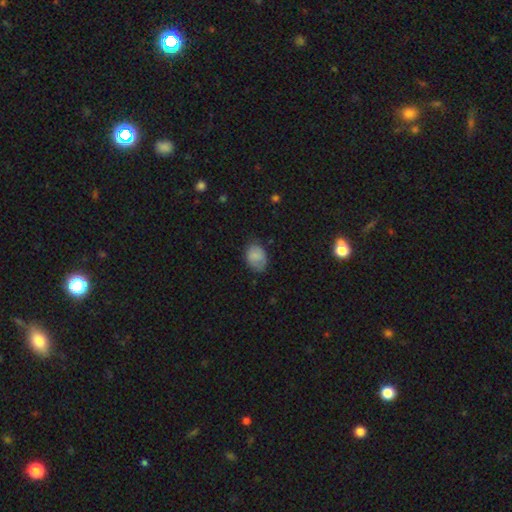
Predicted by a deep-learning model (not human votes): The model was most divided on "merging": none: 65%, minor disturbance: 27%, major disturbance: 7%, merger: 1%. More confident: smooth or featured — smooth (79%); how rounded — in between (74%).